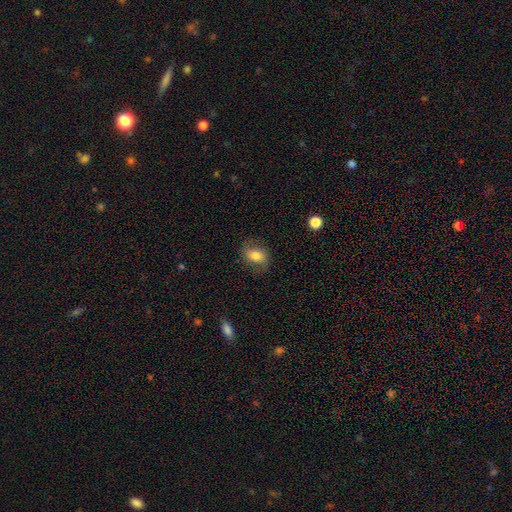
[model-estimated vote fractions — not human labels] smooth-or-featured: smooth: 71% | featured or disk: 20% | star or artifact: 9%
  how-rounded: in between: 68% | round: 31% | cigar-shaped: 2%
  merging: none: 74% | minor disturbance: 18% | major disturbance: 7% | merger: 1%